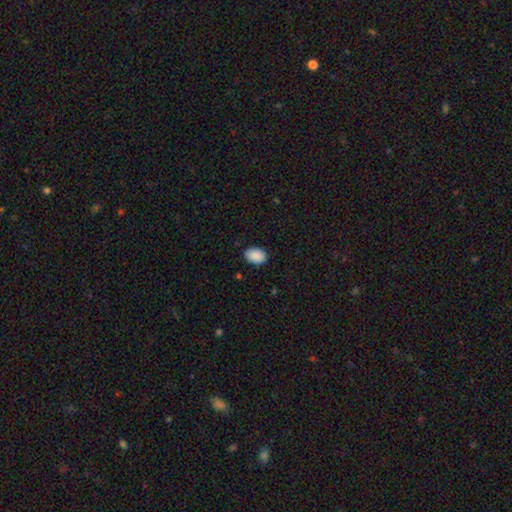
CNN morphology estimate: smooth-or-featured: smooth: 90% | star or artifact: 7% | featured or disk: 3%
  how-rounded: in between: 85% | round: 14% | cigar-shaped: 1%
  merging: none: 86% | minor disturbance: 11% | major disturbance: 2% | merger: 1%